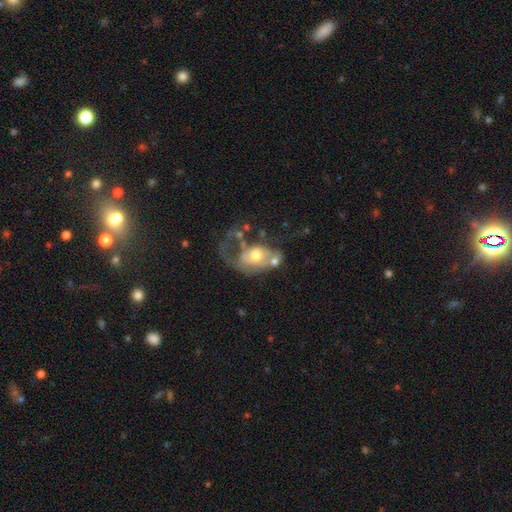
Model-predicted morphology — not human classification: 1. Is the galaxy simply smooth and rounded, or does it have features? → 66% featured or disk, 27% smooth, 7% star or artifact.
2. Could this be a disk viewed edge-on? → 95% no, 5% yes.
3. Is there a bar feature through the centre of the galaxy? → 77% no, 19% weak, 4% strong.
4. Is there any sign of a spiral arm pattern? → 66% yes, 34% no.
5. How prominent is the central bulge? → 68% moderate, 16% large, 13% small, 2% none, 2% dominant.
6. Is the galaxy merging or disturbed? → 47% major disturbance, 19% none, 19% merger, 15% minor disturbance.